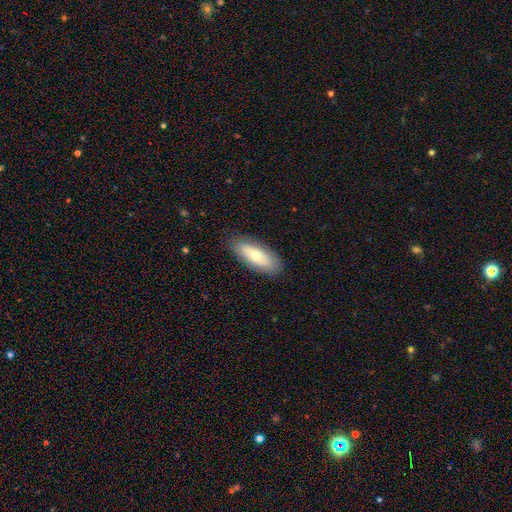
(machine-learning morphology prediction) Q: Smooth or featured?
A: smooth (67%); runner-up: featured or disk (27%)
Q: How rounded?
A: in between (77%); runner-up: cigar-shaped (21%)
Q: Merging?
A: none (86%); runner-up: minor disturbance (11%)